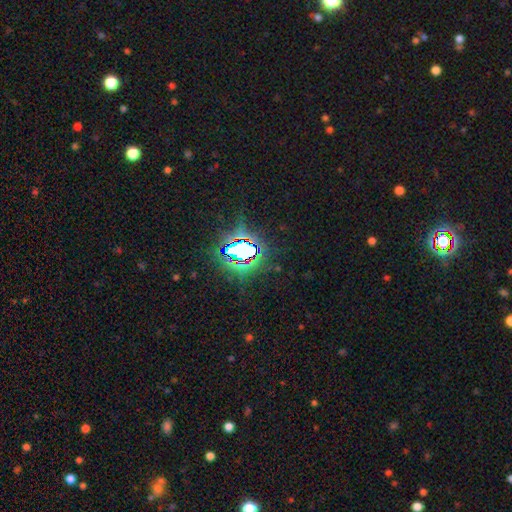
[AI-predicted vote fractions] This is clearly a star or artifact rather than a galaxy (83%).